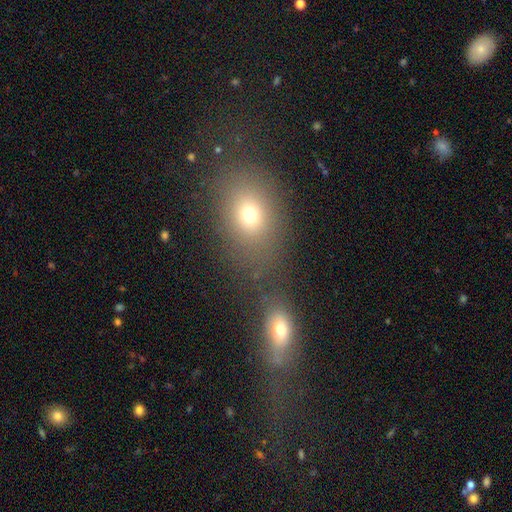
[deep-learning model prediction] Smooth or featured? Predicted: smooth (p=0.63). How rounded? Predicted: in between (p=0.59). Merging? Predicted: merger (p=0.44).